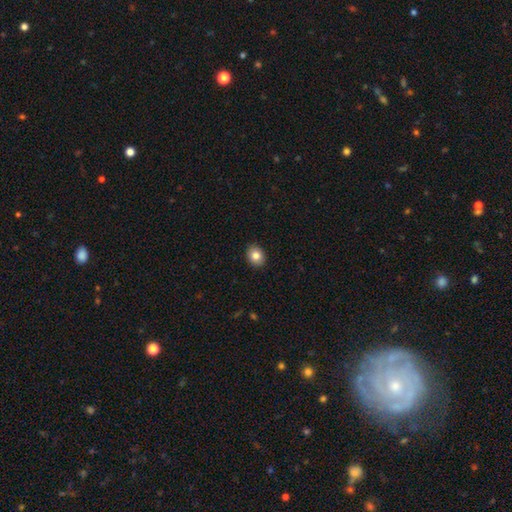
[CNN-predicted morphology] smooth-or-featured: smooth: 83% | star or artifact: 9% | featured or disk: 7%
  how-rounded: round: 56% | in between: 43% | cigar-shaped: 1%
  merging: none: 91% | minor disturbance: 6% | major disturbance: 2% | merger: 1%